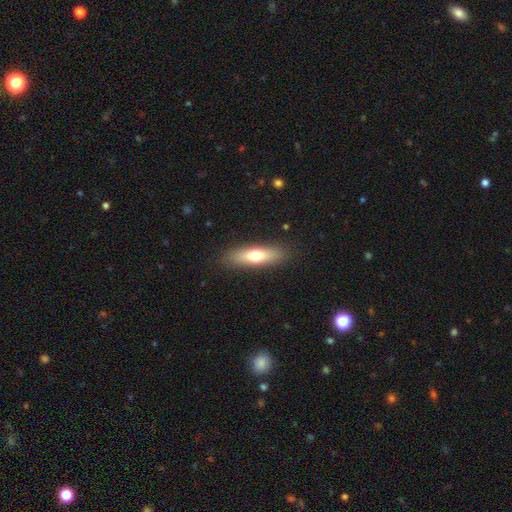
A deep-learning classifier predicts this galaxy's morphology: smooth-or-featured: smooth: 66% | featured or disk: 28% | star or artifact: 6%
  how-rounded: cigar-shaped: 62% | in between: 36% | round: 2%
  merging: none: 88% | minor disturbance: 9% | major disturbance: 2% | merger: 1%